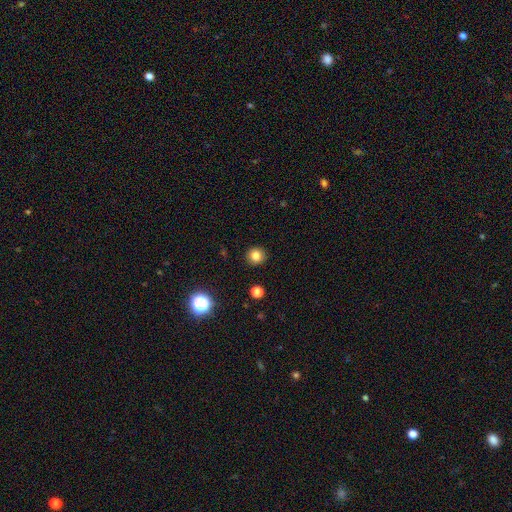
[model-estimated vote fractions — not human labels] The model was most divided on "smooth or featured": smooth: 82%, star or artifact: 13%, featured or disk: 5%. More confident: how rounded — round (93%); merging — none (92%).